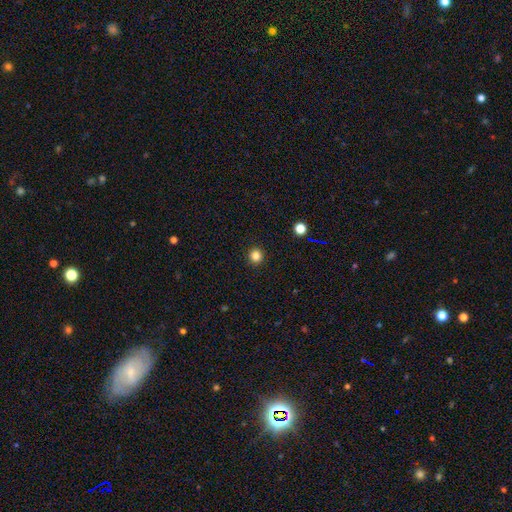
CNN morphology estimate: This is clearly a smooth galaxy (84%). How rounded: clearly round (93%). Merging: clearly none (93%).